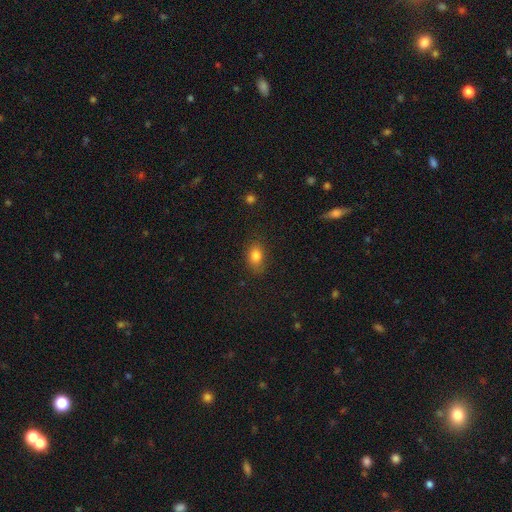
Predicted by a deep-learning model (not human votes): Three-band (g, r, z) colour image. It shows a smooth galaxy with no disk features (82%) that is in between round and cigar-shaped (72%). Merging: none (80%).